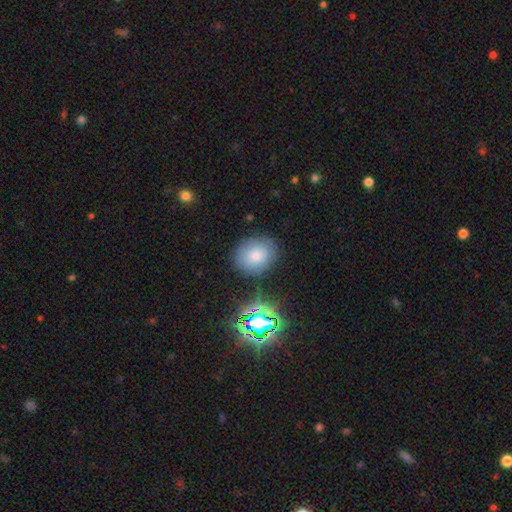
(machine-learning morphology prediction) Q: Smooth or featured?
A: smooth (66%); runner-up: star or artifact (21%)
Q: How rounded?
A: round (58%); runner-up: in between (41%)
Q: Merging?
A: none (82%); runner-up: minor disturbance (12%)